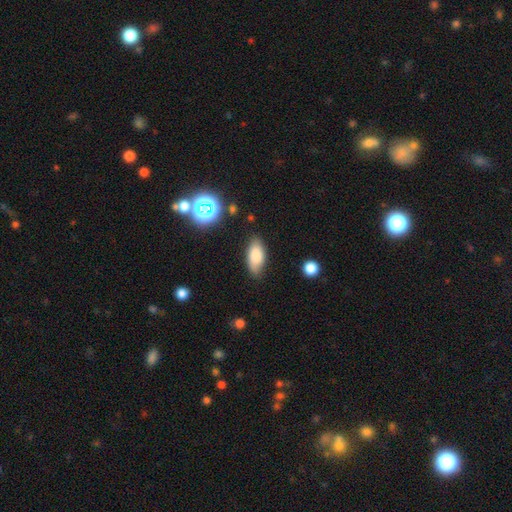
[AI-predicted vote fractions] Overall: smooth (81%). How rounded: in between (88%). Merging: none (80%).